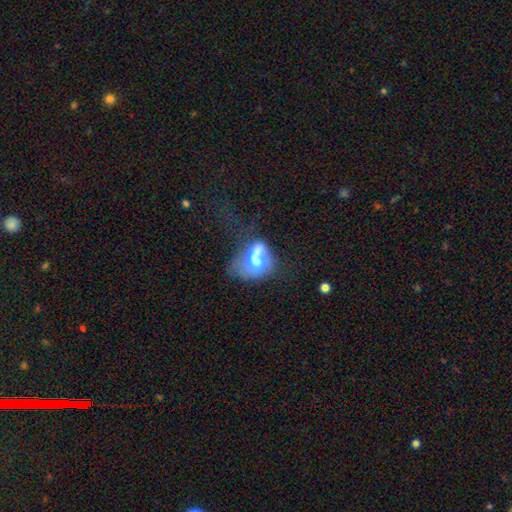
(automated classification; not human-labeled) This is possibly a smooth galaxy (53%). How rounded: likely in between (72%). Merging: marginally major disturbance (41%).